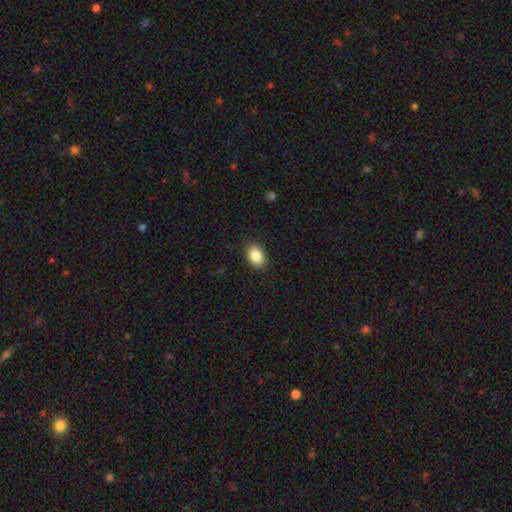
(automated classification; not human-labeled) Smooth or featured: smooth — 85% (star or artifact — 8%)
How rounded: in between — 82% (round — 17%)
Merging: none — 87% (minor disturbance — 10%)